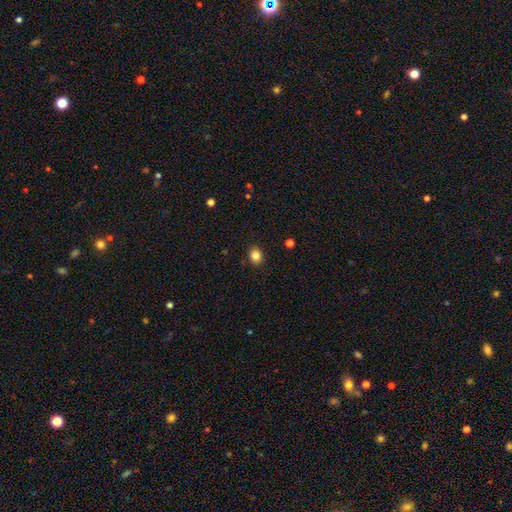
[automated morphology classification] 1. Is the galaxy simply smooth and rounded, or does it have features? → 83% smooth, 11% star or artifact, 5% featured or disk.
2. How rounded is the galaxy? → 64% round, 35% in between, 1% cigar-shaped.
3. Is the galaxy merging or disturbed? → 90% none, 7% minor disturbance, 2% major disturbance, 1% merger.